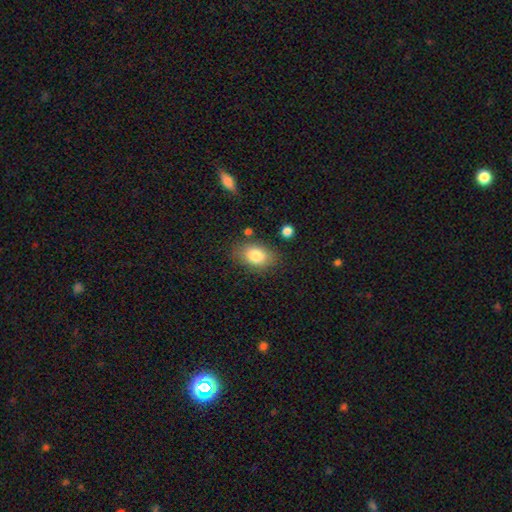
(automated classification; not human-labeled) Smooth or featured? Predicted: smooth (p=0.83). How rounded? Predicted: in between (p=0.83). Merging? Predicted: none (p=0.78).